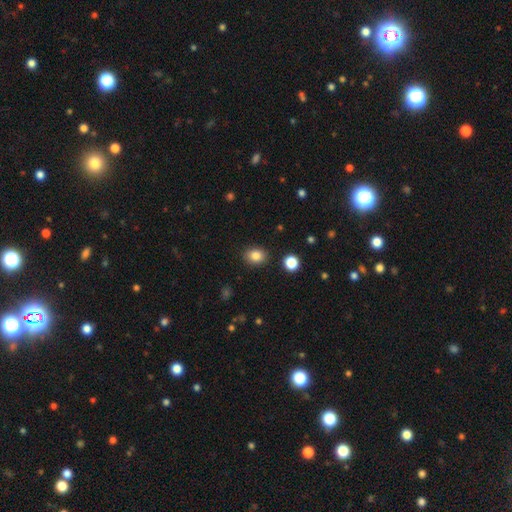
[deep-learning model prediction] Q: Smooth or featured?
A: smooth (84%); runner-up: star or artifact (10%)
Q: How rounded?
A: in between (53%); runner-up: round (46%)
Q: Merging?
A: none (88%); runner-up: minor disturbance (8%)